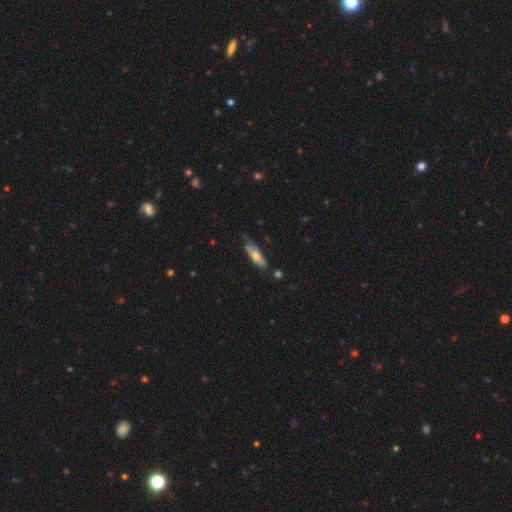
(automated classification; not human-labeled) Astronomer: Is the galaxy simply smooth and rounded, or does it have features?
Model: smooth — 49% (runner-up: featured or disk, 44%).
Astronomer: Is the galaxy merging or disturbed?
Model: none — 54% (runner-up: minor disturbance, 31%).